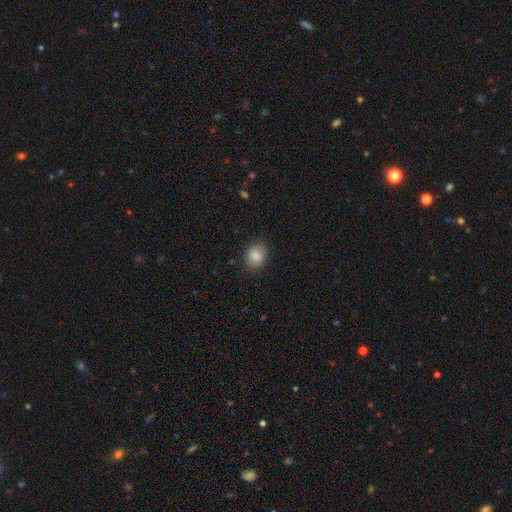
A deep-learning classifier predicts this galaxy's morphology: The model was most divided on "how rounded": in between: 61%, round: 38%, cigar-shaped: 1%. More confident: smooth or featured — smooth (86%); merging — none (85%).